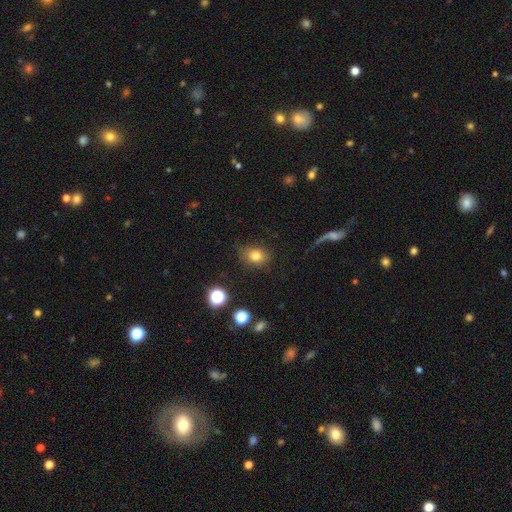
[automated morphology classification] smooth 78%, star or artifact 13%, featured or disk 8%. Down the decision tree: how rounded — in between (54%); merging — none (79%).